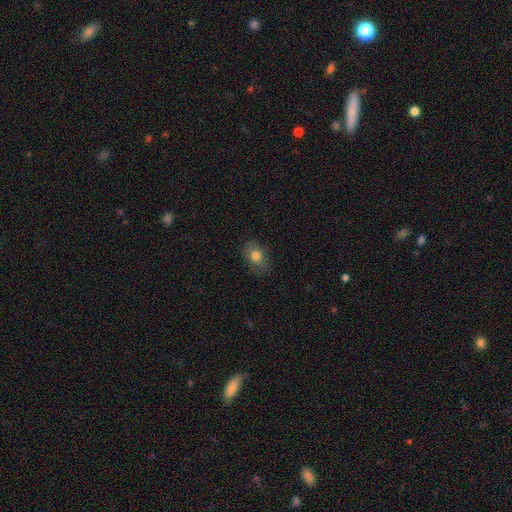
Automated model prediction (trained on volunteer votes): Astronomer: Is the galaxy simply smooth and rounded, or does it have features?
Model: smooth — 78%.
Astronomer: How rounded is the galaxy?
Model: in between — 73%.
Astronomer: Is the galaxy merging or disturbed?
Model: none — 80%.